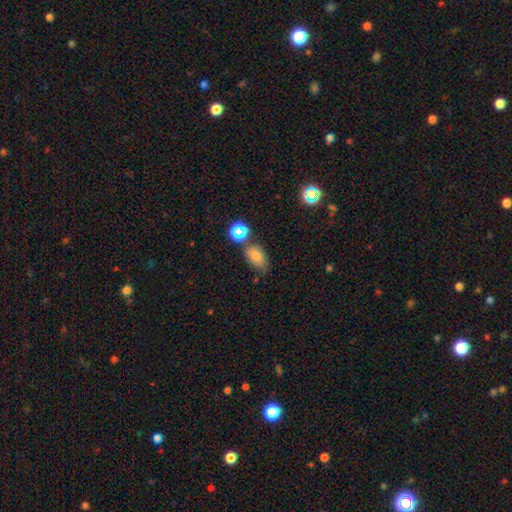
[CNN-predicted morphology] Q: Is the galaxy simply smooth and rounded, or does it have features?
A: smooth — 73%.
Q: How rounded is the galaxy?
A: in between — 85%.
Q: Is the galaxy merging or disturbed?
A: none — 61%.